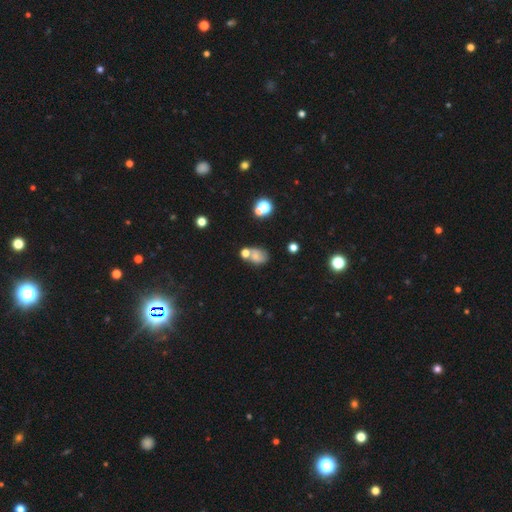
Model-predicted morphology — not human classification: A smooth galaxy with no disk features (59%) that is in between round and cigar-shaped (70%).

Vote fractions:
- Smooth or featured? smooth: 59% / featured or disk: 22% / star or artifact: 18%
- How rounded? in between: 70% / round: 28% / cigar-shaped: 2%
- Merging? none: 43% / merger: 28% / minor disturbance: 19% / major disturbance: 10%